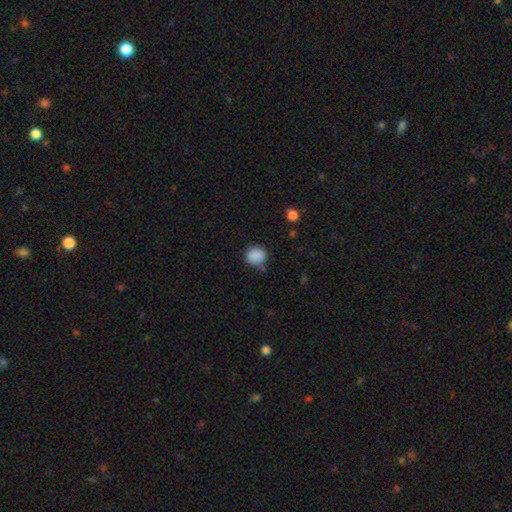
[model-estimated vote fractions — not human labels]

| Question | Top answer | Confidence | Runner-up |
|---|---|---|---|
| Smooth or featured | smooth | 88% | star or artifact (9%) |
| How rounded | round | 80% | in between (19%) |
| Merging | none | 79% | minor disturbance (14%) |